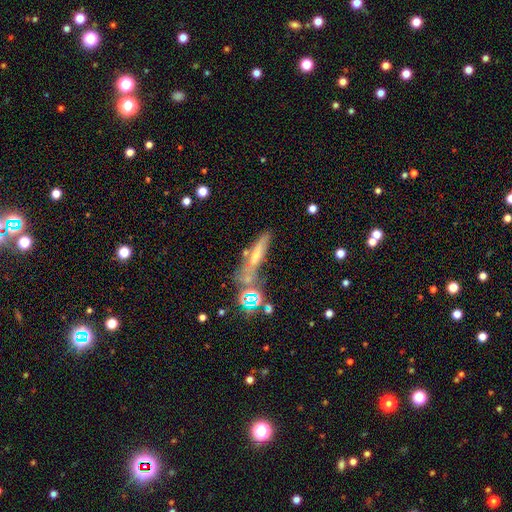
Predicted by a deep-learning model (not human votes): Q: Smooth or featured?
A: featured or disk (40%); runner-up: smooth (38%)
Q: Merging?
A: none (57%); runner-up: merger (18%)